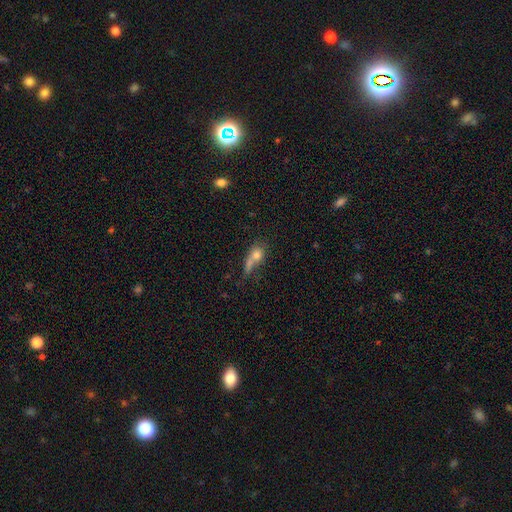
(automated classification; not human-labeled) Overall: smooth (66%). How rounded: in between (46%; round 40%). Merging: none (33%; merger 30%).